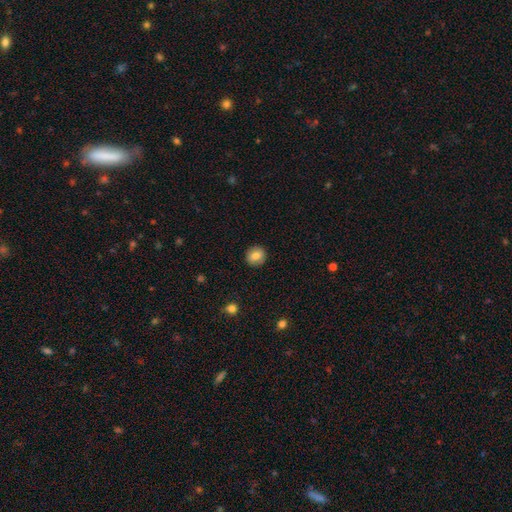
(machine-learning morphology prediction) Smooth or featured?
  - smooth: 80% *
  - featured or disk: 11%
  - star or artifact: 9%
How rounded?
  - round: 89% *
  - in between: 10%
  - cigar-shaped: 1%
Merging?
  - none: 91% *
  - minor disturbance: 6%
  - major disturbance: 2%
  - merger: 1%